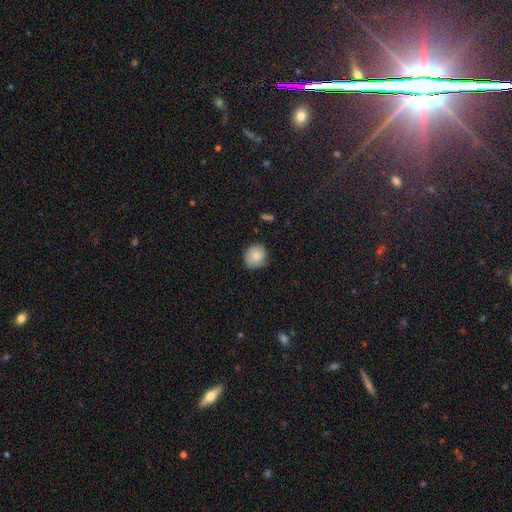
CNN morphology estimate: The model was most divided on "merging": none: 72%, minor disturbance: 24%, major disturbance: 4%, merger: 1%. More confident: smooth or featured — smooth (82%); how rounded — round (82%).